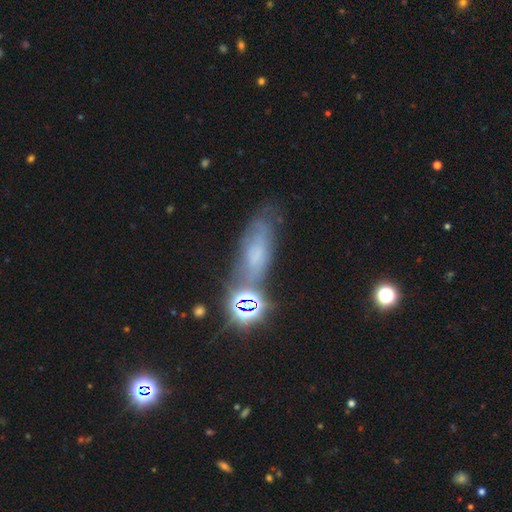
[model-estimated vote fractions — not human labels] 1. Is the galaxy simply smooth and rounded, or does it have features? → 37% smooth, 33% featured or disk, 31% star or artifact.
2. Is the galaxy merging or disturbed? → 54% none, 23% minor disturbance, 13% major disturbance, 10% merger.